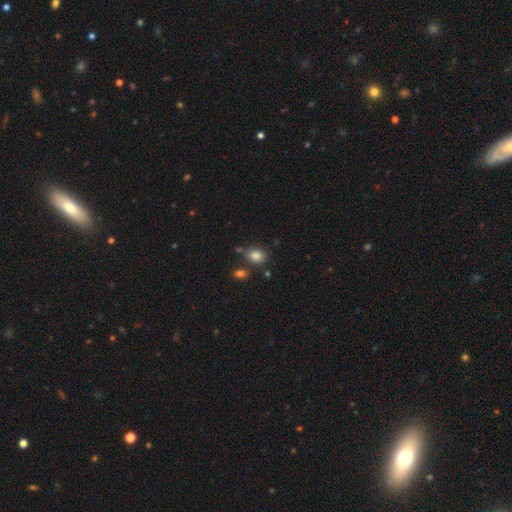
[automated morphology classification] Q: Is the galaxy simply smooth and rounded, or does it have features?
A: smooth — 83%.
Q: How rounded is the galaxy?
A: in between — 67%.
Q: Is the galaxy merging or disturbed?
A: none — 72%.